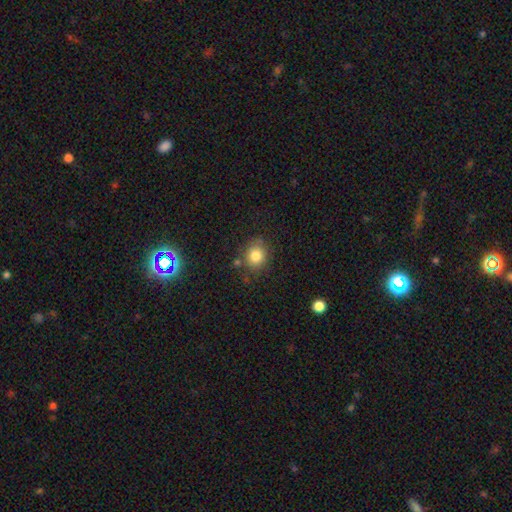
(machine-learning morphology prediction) Overall: smooth (82%). How rounded: round (76%). Merging: none (76%).